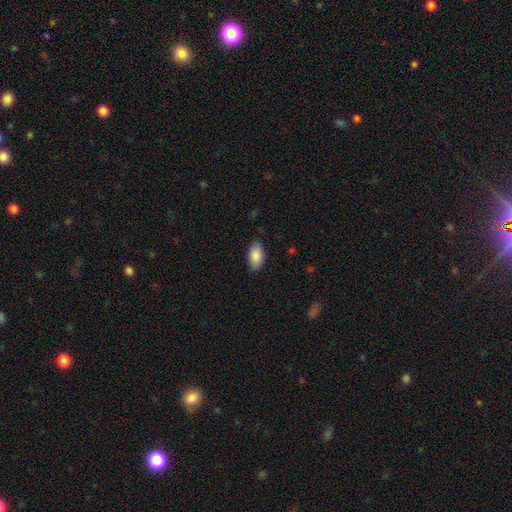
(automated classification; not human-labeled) Smooth or featured? smooth (88%)
How rounded? in between (94%)
Merging? none (86%)